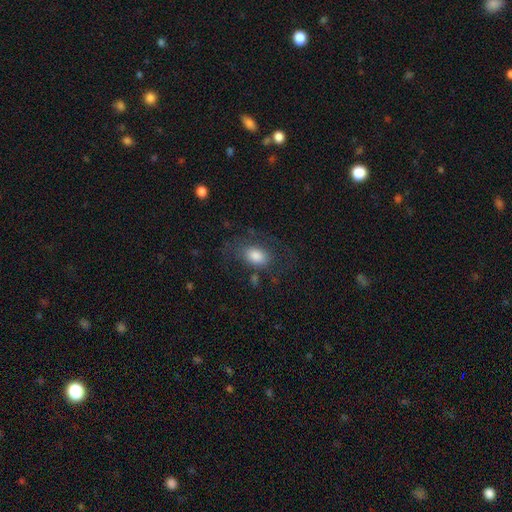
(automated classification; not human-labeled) Smooth or featured: smooth — 72% (featured or disk — 19%)
How rounded: in between — 84% (round — 14%)
Merging: none — 56% (minor disturbance — 21%)